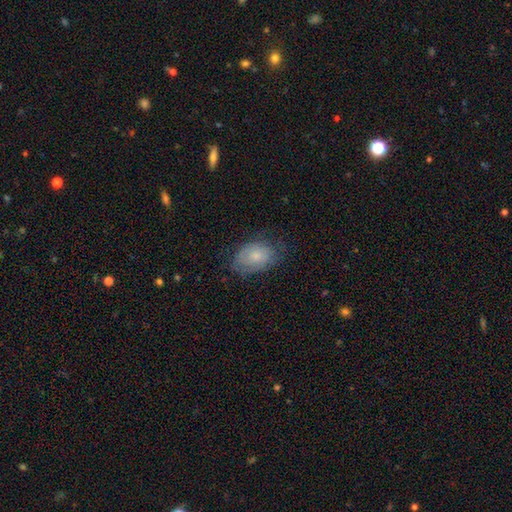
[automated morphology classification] Smooth or featured: smooth — 70% (featured or disk — 22%)
How rounded: in between — 84% (round — 15%)
Merging: none — 65% (minor disturbance — 26%)